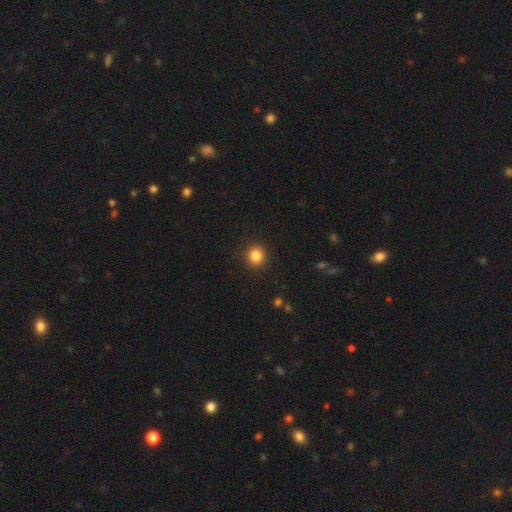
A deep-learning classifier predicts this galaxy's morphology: This is clearly a smooth galaxy (85%). How rounded: clearly round (89%). Merging: clearly none (92%).